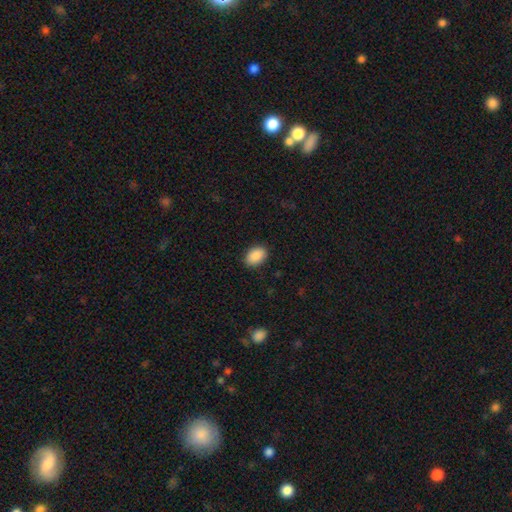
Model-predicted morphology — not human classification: smooth-or-featured: smooth: 90% | star or artifact: 7% | featured or disk: 3%
  how-rounded: in between: 84% | round: 15% | cigar-shaped: 1%
  merging: none: 89% | minor disturbance: 8% | major disturbance: 2% | merger: 1%